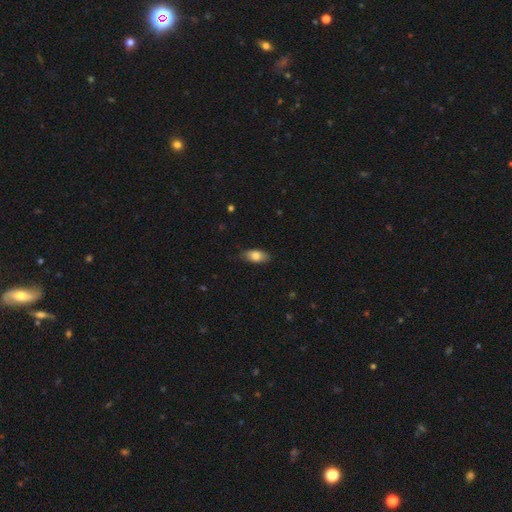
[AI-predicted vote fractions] Smooth or featured?
  - smooth: 81% *
  - featured or disk: 12%
  - star or artifact: 7%
How rounded?
  - in between: 89% *
  - cigar-shaped: 7%
  - round: 4%
Merging?
  - none: 81% *
  - minor disturbance: 15%
  - major disturbance: 3%
  - merger: 1%